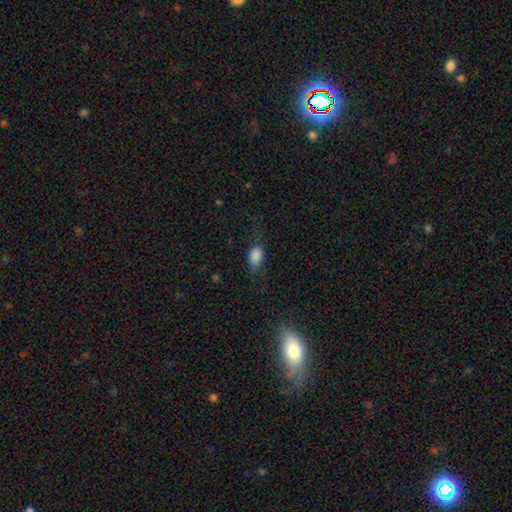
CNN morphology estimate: Smooth or featured?
  - smooth: 80% *
  - featured or disk: 10%
  - star or artifact: 10%
How rounded?
  - in between: 82% *
  - round: 14%
  - cigar-shaped: 4%
Merging?
  - none: 58% *
  - minor disturbance: 23%
  - major disturbance: 17%
  - merger: 2%